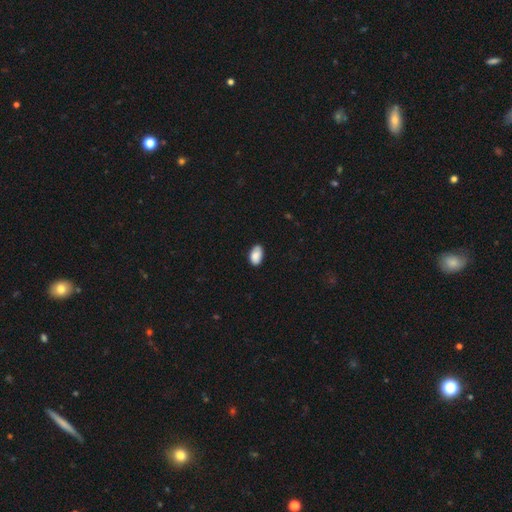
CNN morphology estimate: Overall: smooth (87%). How rounded: in between (93%). Merging: none (79%).